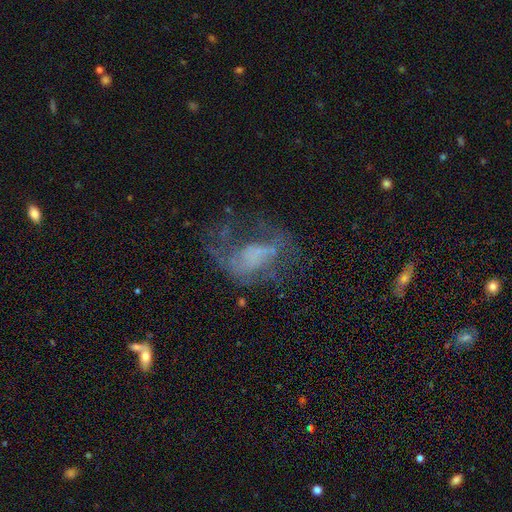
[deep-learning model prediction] Morphology: type=featured or disk (59%); edge-on=no (96%); bar=no (70%); spiral arms=no (59%); bulge=none (61%); merging=major disturbance (43%).